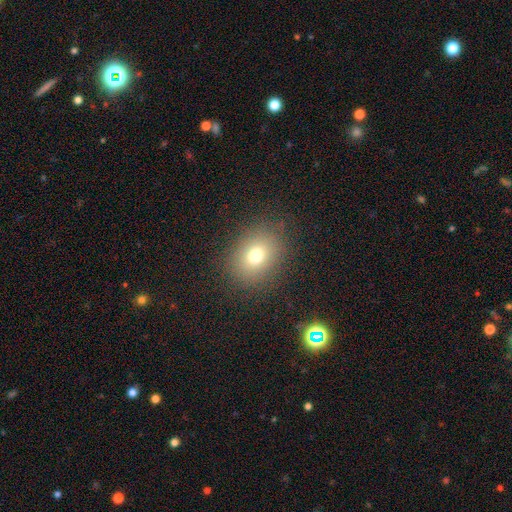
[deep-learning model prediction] smooth-or-featured: smooth: 73% | star or artifact: 15% | featured or disk: 12%
  how-rounded: round: 51% | in between: 49% | cigar-shaped: 1%
  merging: none: 84% | minor disturbance: 10% | major disturbance: 5% | merger: 1%